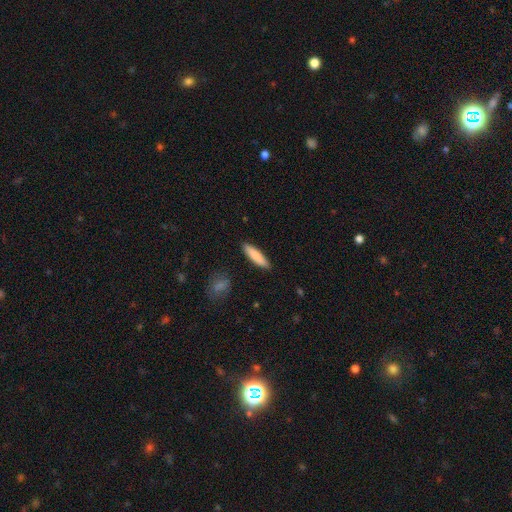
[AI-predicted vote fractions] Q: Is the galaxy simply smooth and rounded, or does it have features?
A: smooth — 84%.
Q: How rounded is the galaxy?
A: cigar-shaped — 76%.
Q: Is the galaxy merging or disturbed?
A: none — 90%.